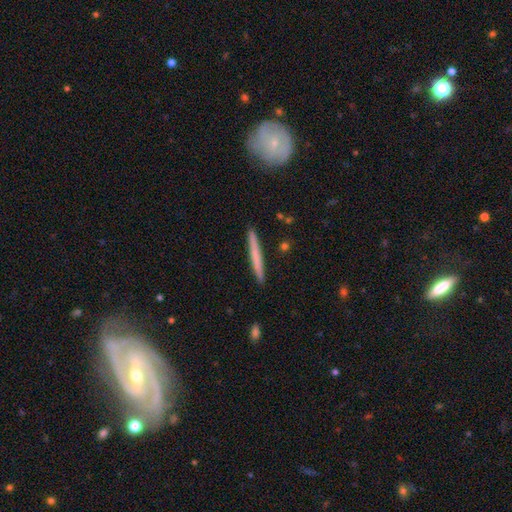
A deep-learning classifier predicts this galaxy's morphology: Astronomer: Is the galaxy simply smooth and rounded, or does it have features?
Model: smooth — 61%.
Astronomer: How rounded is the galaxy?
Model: cigar-shaped — 97%.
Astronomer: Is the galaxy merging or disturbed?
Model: none — 91%.